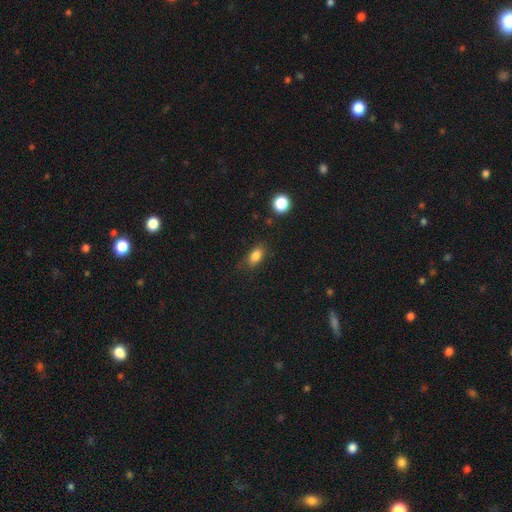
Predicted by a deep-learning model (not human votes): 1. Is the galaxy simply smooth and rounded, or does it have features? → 84% smooth, 10% star or artifact, 6% featured or disk.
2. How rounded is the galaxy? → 84% in between, 11% round, 5% cigar-shaped.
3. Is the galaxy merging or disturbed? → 77% none, 16% minor disturbance, 5% major disturbance, 2% merger.